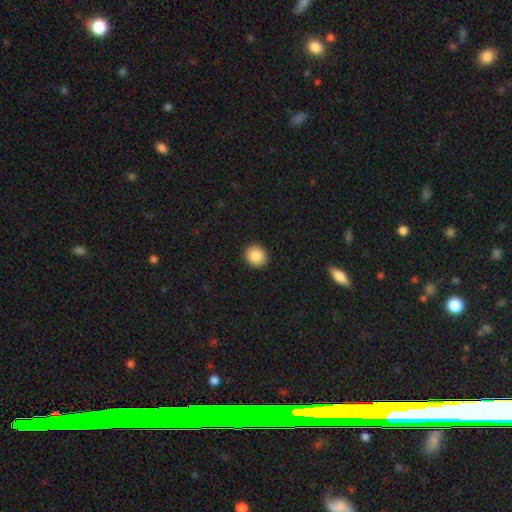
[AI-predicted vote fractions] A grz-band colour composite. It shows a smooth galaxy with no disk features (87%) that is round (86%). Merging: none (92%).